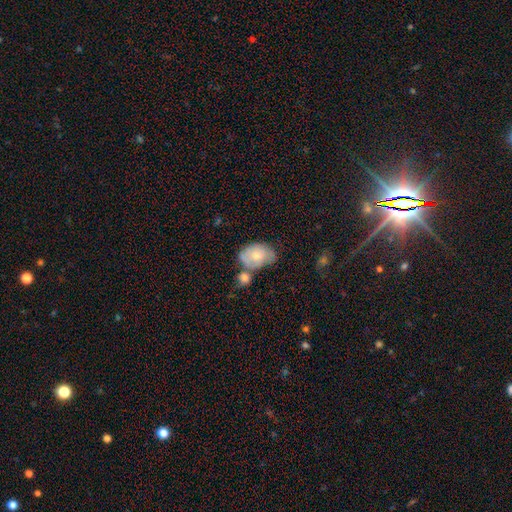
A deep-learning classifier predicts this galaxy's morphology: Overall: smooth (64%; featured or disk 29%). How rounded: in between (85%). Merging: none (36%; merger 29%).